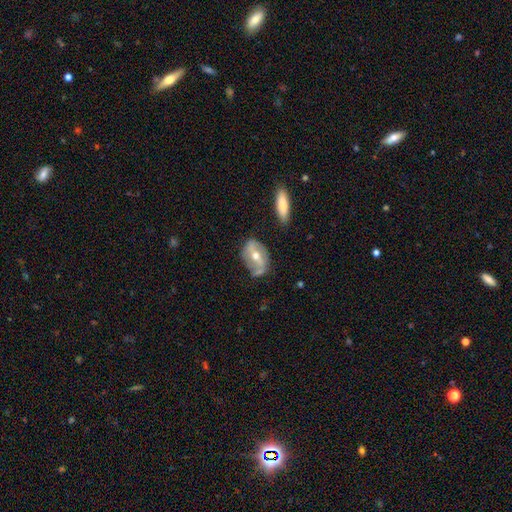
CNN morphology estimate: A featured or disk galaxy (68%) with a strong bar (39%), spiral arms (66%) and a moderate central bulge (67%).

Vote fractions:
- Smooth or featured? featured or disk: 68% / smooth: 26% / star or artifact: 7%
- Edge-on disk? no: 90% / yes: 10%
- Bar? strong: 39% / weak: 33% / no: 28%
- Spiral arms? yes: 66% / no: 34%
- Bulge size? moderate: 67% / small: 28% / large: 3% / none: 1% / dominant: 1%
- Merging? none: 66% / minor disturbance: 24% / major disturbance: 8% / merger: 3%